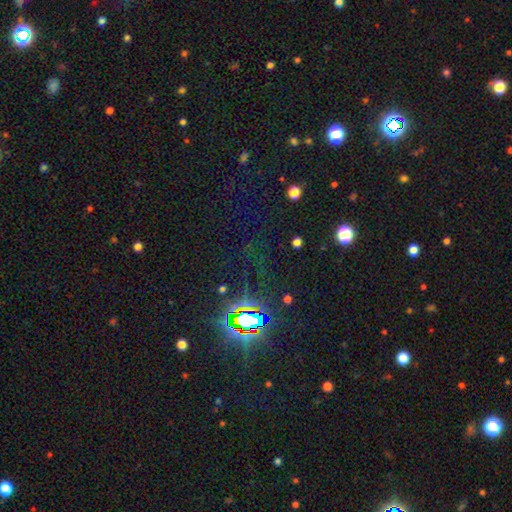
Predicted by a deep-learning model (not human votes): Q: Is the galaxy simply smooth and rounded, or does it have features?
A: star or artifact — 80%.